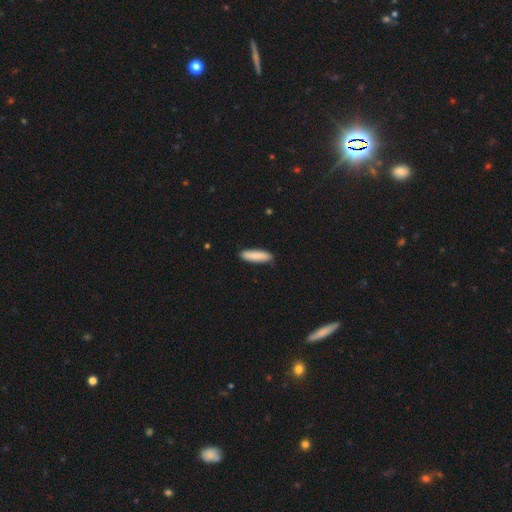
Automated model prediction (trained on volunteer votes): Smooth or featured? Predicted: smooth (p=0.85). How rounded? Predicted: cigar-shaped (p=0.69). Merging? Predicted: none (p=0.87).